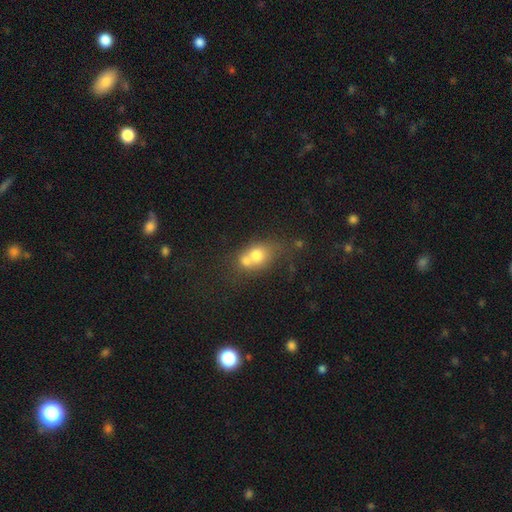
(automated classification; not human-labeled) Morphology: type=smooth (67%); roundness=round (53%); merging=merger (57%).